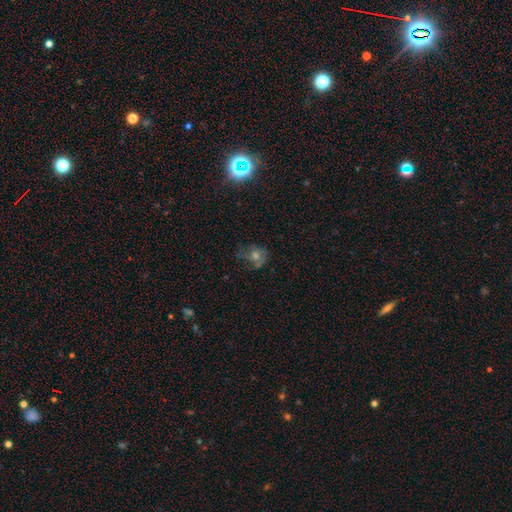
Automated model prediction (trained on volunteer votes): This appears to be a featured or disk galaxy (37%). Merging: none (53%).